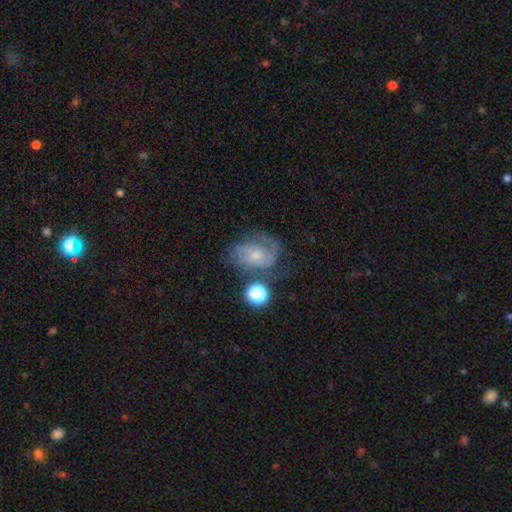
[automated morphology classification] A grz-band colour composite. It shows a featured or disk galaxy (65%) with no bar (73%), 2 (48%) medium (43%) spiral arms (89%) and a small central bulge (54%). Merging: none (51%).